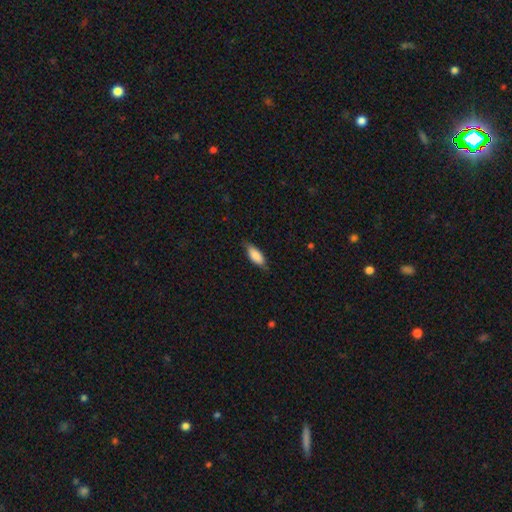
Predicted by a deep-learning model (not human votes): Morphology: type=smooth (84%); roundness=in between (79%); merging=none (76%).